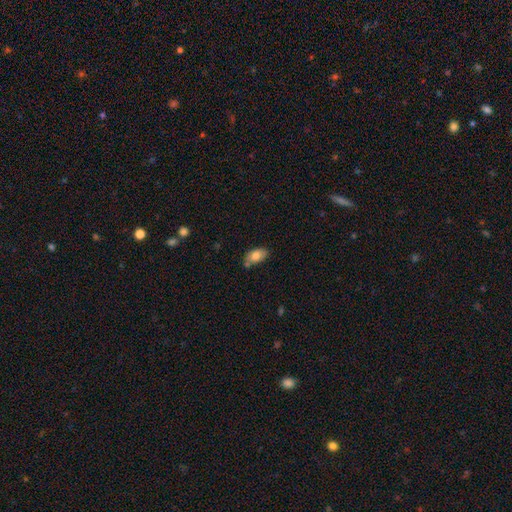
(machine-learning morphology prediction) smooth 78%, featured or disk 15%, star or artifact 7%. Down the decision tree: how rounded — in between (92%); merging — none (61%).